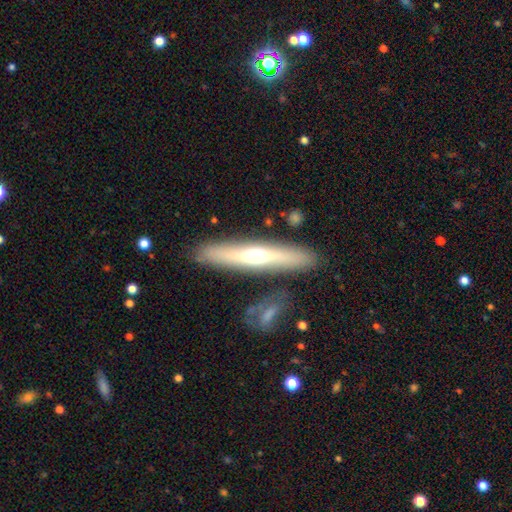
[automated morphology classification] smooth-or-featured: featured or disk: 54% | smooth: 40% | star or artifact: 6%
  disk-edge-on: yes: 89% | no: 11%
  merging: none: 85% | minor disturbance: 9% | merger: 3% | major disturbance: 2%